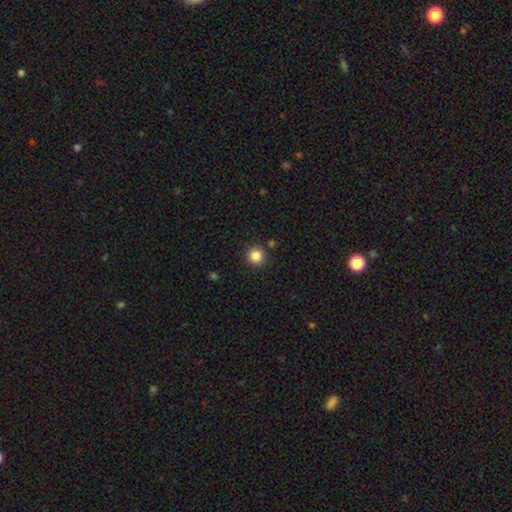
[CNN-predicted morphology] This is clearly a smooth galaxy (85%). How rounded: clearly round (94%). Merging: clearly none (88%).